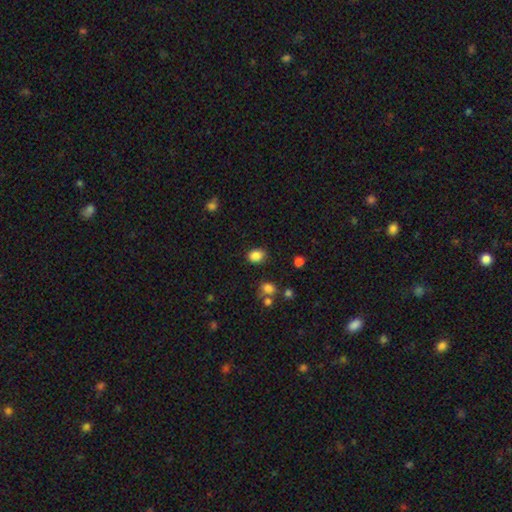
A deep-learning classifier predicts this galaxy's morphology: The model was most divided on "how rounded": in between: 57%, round: 42%, cigar-shaped: 1%. More confident: smooth or featured — smooth (85%); merging — none (81%).